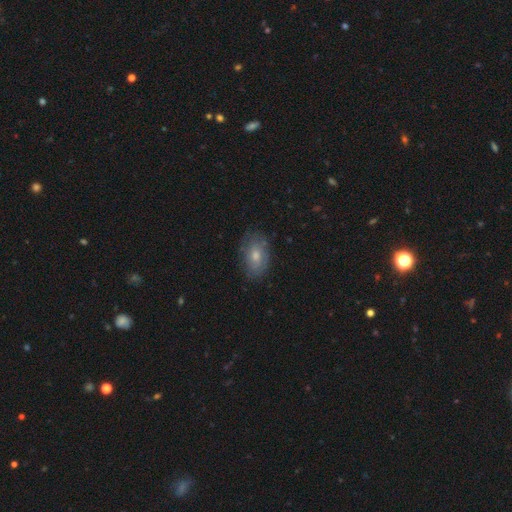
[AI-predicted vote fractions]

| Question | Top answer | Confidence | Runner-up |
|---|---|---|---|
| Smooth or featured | smooth | 56% | featured or disk (31%) |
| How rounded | in between | 85% | round (13%) |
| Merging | none | 79% | minor disturbance (16%) |